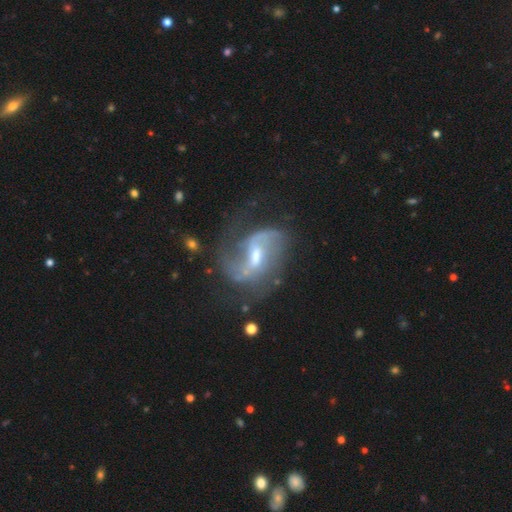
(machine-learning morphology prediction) A featured or disk galaxy (87%) with a weak bar (55%), 2 (79%) loose (46%) spiral arms (95%) and a moderate central bulge (53%).

Vote fractions:
- Smooth or featured? featured or disk: 87% / star or artifact: 7% / smooth: 6%
- Edge-on disk? no: 97% / yes: 3%
- Bar? weak: 55% / strong: 24% / no: 21%
- Spiral arms? yes: 95% / no: 5%
- Spiral winding? loose: 46% / medium: 42% / tight: 12%
- Spiral arm count? 2: 79% / can't tell: 7% / 1: 7% / 3: 4% / 4: 2% / more than 4: 2%
- Bulge size? moderate: 53% / small: 40% / large: 4% / none: 3% / dominant: 1%
- Merging? none: 59% / minor disturbance: 20% / major disturbance: 18% / merger: 3%